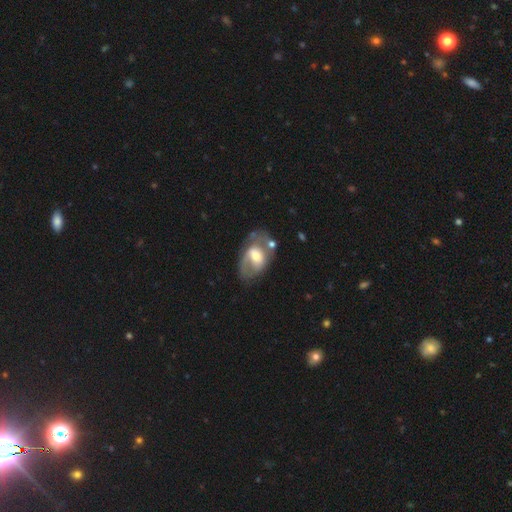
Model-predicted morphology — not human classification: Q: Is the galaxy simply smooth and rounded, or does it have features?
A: featured or disk — 63%.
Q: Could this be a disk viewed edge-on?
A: no — 95%.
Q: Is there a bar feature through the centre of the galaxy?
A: weak — 43%.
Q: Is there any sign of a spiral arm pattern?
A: yes — 68%.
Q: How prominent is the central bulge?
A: moderate — 56%.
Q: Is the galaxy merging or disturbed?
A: none — 46%.